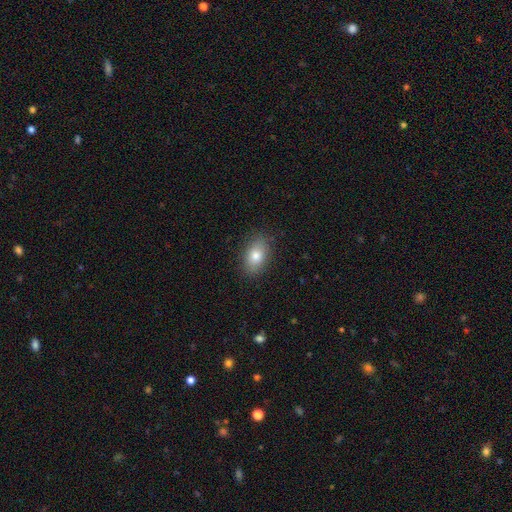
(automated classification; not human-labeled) This appears to be a smooth galaxy with no disk features (81%) that is in between round and cigar-shaped (87%). Merging: none (86%).